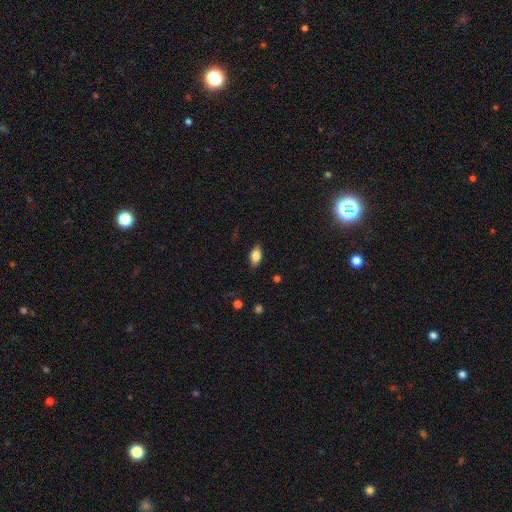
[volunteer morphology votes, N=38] Volunteers were most divided on "smooth or featured": smooth: 68%, featured or disk: 24%, star or artifact: 8%. More confident: how rounded — in between (77%); merging — none (69%).